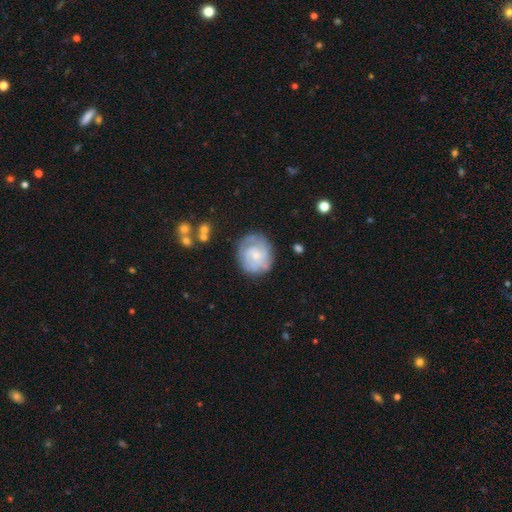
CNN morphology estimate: Overall: featured or disk (64%; smooth 29%). Edge-on disk: no (98%). Bar: no (75%). Spiral arms: yes (81%). Spiral arm count: can't tell (44%; 2 20%). Spiral winding: tight (55%; medium 33%). Bulge size: small (64%; moderate 28%). Merging: none (71%).